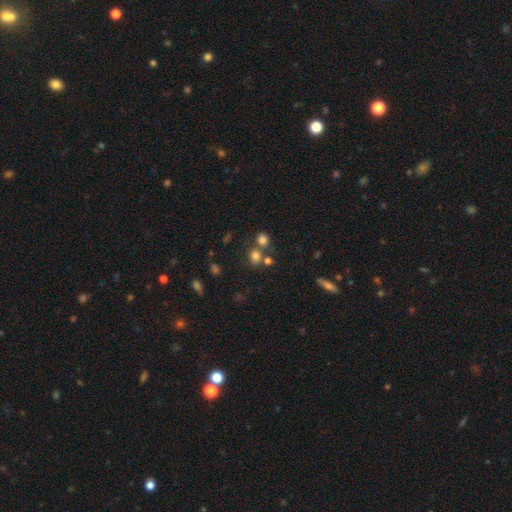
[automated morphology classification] Smooth or featured? Predicted: smooth (p=0.74). How rounded? Predicted: round (p=0.84). Merging? Predicted: none (p=0.60).